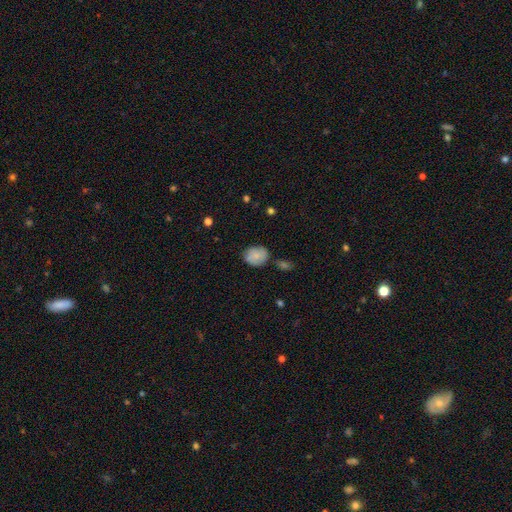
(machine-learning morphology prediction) type=smooth (74%); roundness=round (54%); merging=none (69%).